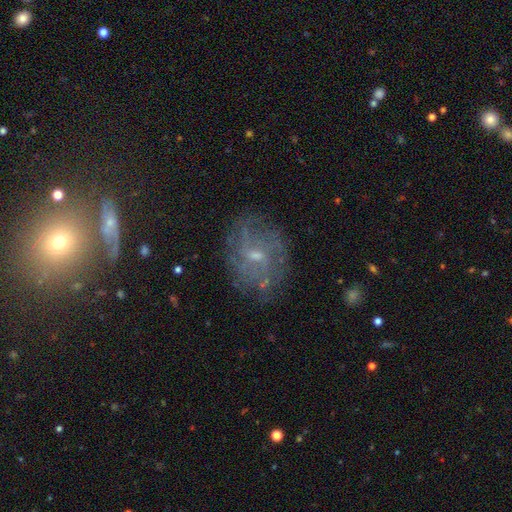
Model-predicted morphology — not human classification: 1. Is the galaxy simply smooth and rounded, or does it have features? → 70% featured or disk, 18% smooth, 12% star or artifact.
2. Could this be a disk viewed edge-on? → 96% no, 4% yes.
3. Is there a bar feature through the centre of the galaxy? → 48% weak, 44% no, 8% strong.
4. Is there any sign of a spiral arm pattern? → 80% yes, 20% no.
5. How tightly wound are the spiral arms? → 41% tight, 38% medium, 21% loose.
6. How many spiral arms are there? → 51% can't tell, 17% 2, 11% 3, 10% 4, 6% more than 4, 5% 1.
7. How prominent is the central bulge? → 56% small, 38% moderate, 4% none, 2% large, 1% dominant.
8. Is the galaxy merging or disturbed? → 72% none, 17% minor disturbance, 9% major disturbance, 2% merger.